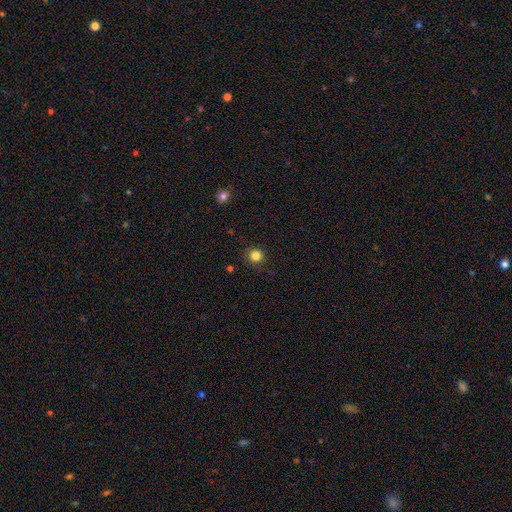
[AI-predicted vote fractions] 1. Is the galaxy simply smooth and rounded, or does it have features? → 83% smooth, 12% star or artifact, 4% featured or disk.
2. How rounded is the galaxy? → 93% round, 6% in between, 1% cigar-shaped.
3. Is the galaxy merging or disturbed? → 89% none, 8% minor disturbance, 2% major disturbance, 1% merger.